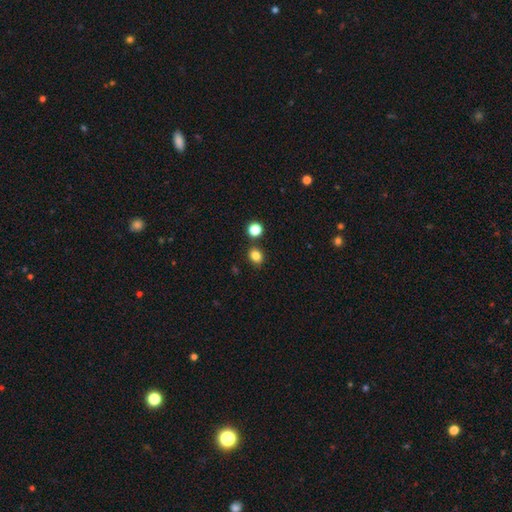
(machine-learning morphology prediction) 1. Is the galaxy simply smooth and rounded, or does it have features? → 83% smooth, 13% star or artifact, 5% featured or disk.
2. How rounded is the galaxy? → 60% round, 39% in between, 1% cigar-shaped.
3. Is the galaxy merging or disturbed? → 81% none, 9% minor disturbance, 7% merger, 3% major disturbance.